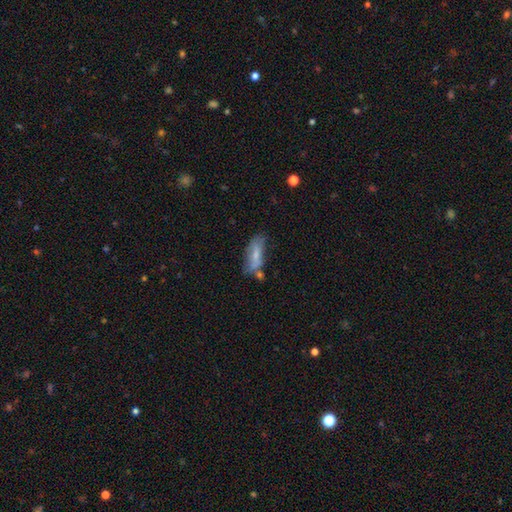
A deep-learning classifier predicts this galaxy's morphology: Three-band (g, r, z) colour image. It shows a smooth galaxy with no disk features (61%) that is in between round and cigar-shaped (67%). Merging: none (48%).